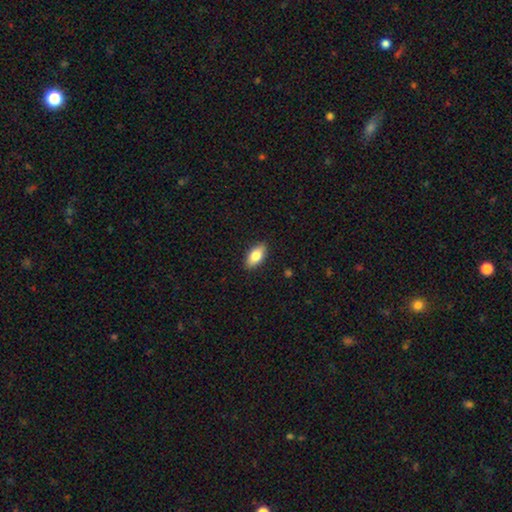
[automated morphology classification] smooth-or-featured: smooth: 81% | featured or disk: 13% | star or artifact: 7%
  how-rounded: in between: 90% | cigar-shaped: 7% | round: 3%
  merging: none: 89% | minor disturbance: 9% | major disturbance: 2% | merger: 1%